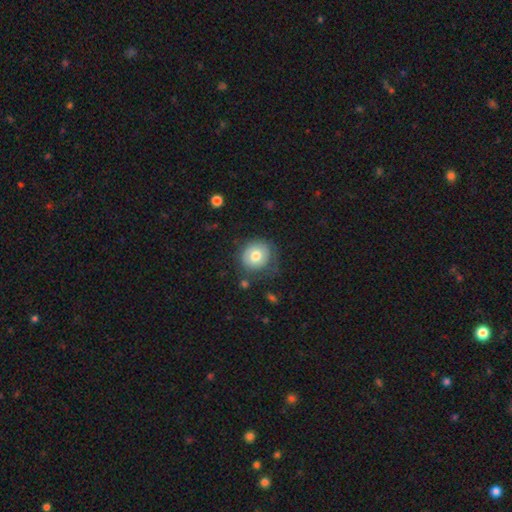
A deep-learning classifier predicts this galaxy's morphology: smooth_or_featured: smooth (p=0.69) [alt: featured or disk p=0.23]
how_rounded: round (p=0.86) [alt: in between p=0.13]
merging: none (p=0.65) [alt: minor disturbance p=0.21]